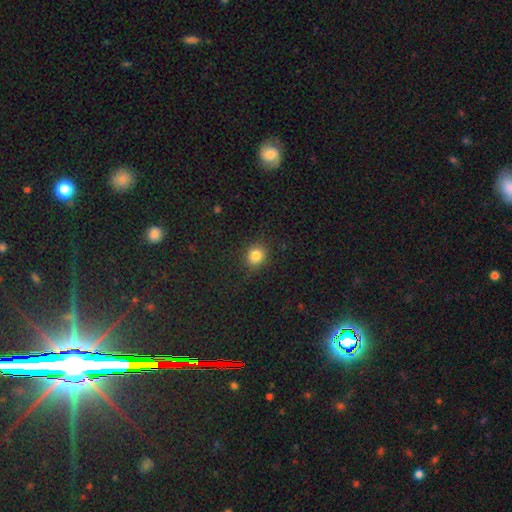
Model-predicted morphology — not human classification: smooth 83%, star or artifact 12%, featured or disk 5%. Down the decision tree: how rounded — round (80%); merging — none (87%).